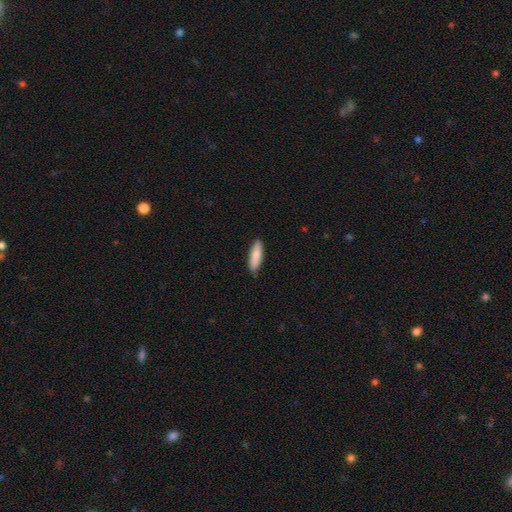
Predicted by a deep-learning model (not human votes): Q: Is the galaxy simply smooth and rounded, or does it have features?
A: smooth — 85%.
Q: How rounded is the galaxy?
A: cigar-shaped — 53%.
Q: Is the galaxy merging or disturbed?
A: none — 84%.